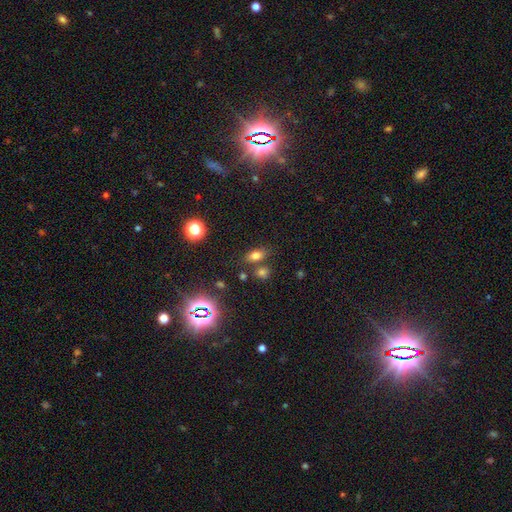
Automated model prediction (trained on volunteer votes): smooth-or-featured: smooth: 72% | star or artifact: 18% | featured or disk: 10%
  how-rounded: in between: 78% | round: 15% | cigar-shaped: 6%
  merging: none: 71% | merger: 13% | minor disturbance: 12% | major disturbance: 4%